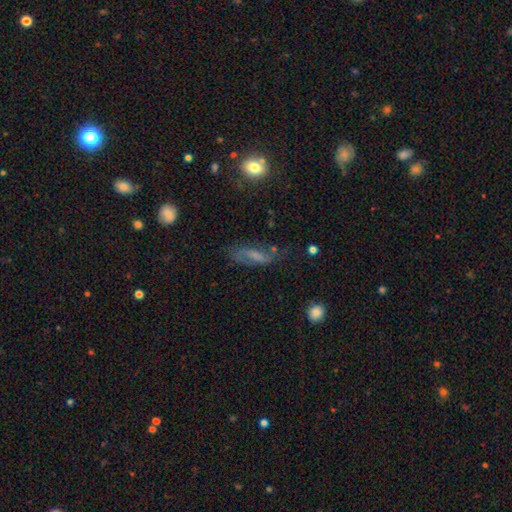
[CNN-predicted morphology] Overall: featured or disk (45%; smooth 43%). Merging: none (57%; minor disturbance 24%).